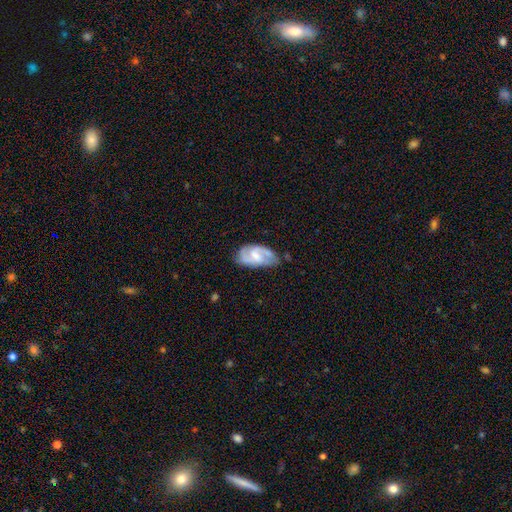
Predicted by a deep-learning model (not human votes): Q: Smooth or featured?
A: featured or disk (77%); runner-up: smooth (17%)
Q: Edge-on disk?
A: no (97%); runner-up: yes (3%)
Q: Bar?
A: weak (53%); runner-up: no (29%)
Q: Spiral arms?
A: yes (93%); runner-up: no (7%)
Q: Spiral winding?
A: medium (50%); runner-up: tight (32%)
Q: Spiral arm count?
A: 2 (70%); runner-up: 3 (12%)
Q: Bulge size?
A: small (41%); runner-up: moderate (36%)
Q: Merging?
A: none (66%); runner-up: minor disturbance (24%)